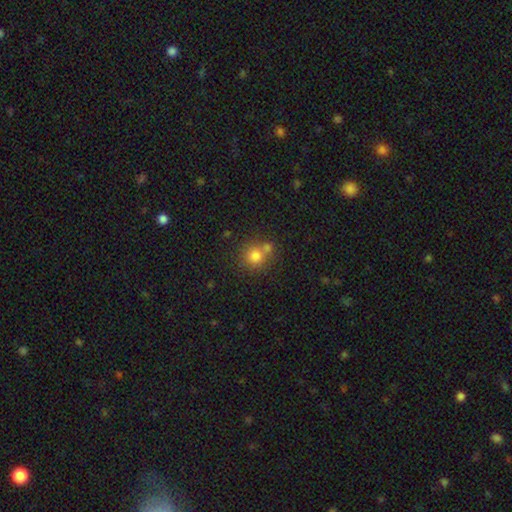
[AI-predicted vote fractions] A smooth galaxy with no disk features (78%) that is round (88%). Merging: none (56%).